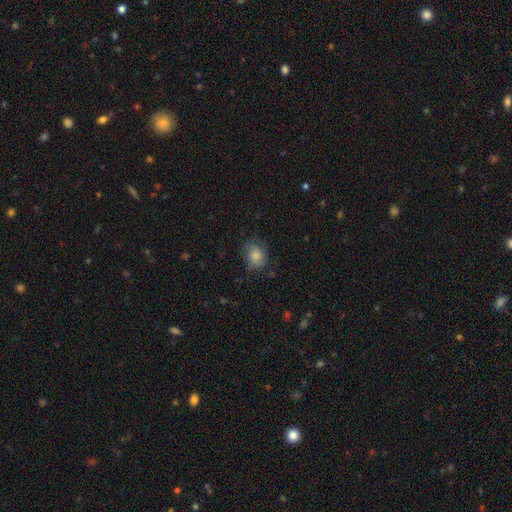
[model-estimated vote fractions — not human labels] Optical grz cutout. It shows a smooth galaxy with no disk features (74%) that is round (51%). Merging: none (63%).